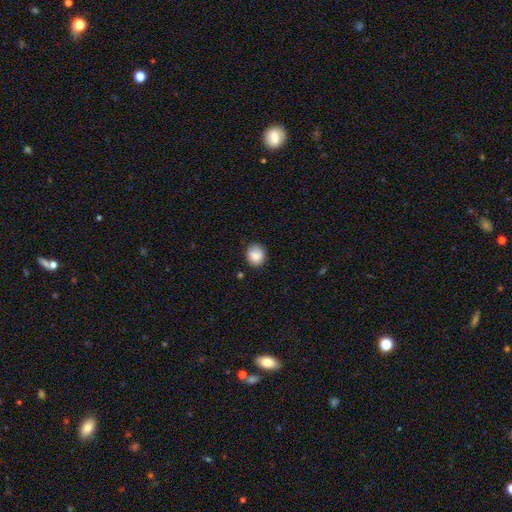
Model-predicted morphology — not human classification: smooth_or_featured: smooth (p=0.84) [alt: star or artifact p=0.08]
how_rounded: round (p=0.76) [alt: in between p=0.24]
merging: none (p=0.79) [alt: minor disturbance p=0.16]